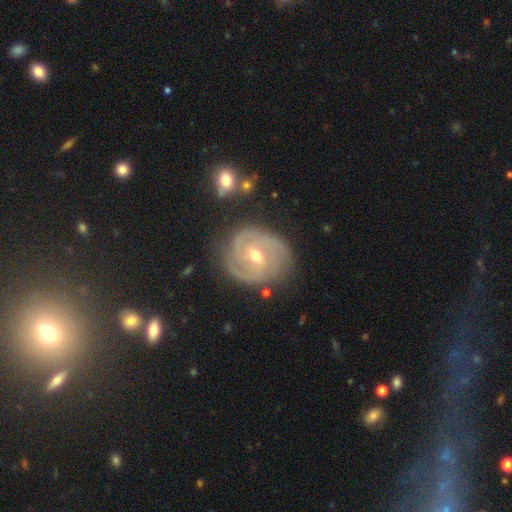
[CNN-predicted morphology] Smooth or featured: featured or disk — 88% (smooth — 7%)
Edge-on disk: no — 97% (yes — 3%)
Bar: weak — 54% (no — 31%)
Spiral arms: yes — 97% (no — 3%)
Spiral winding: tight — 66% (medium — 28%)
Spiral arm count: 2 — 42% (3 — 29%)
Bulge size: moderate — 59% (small — 37%)
Merging: none — 76% (minor disturbance — 17%)